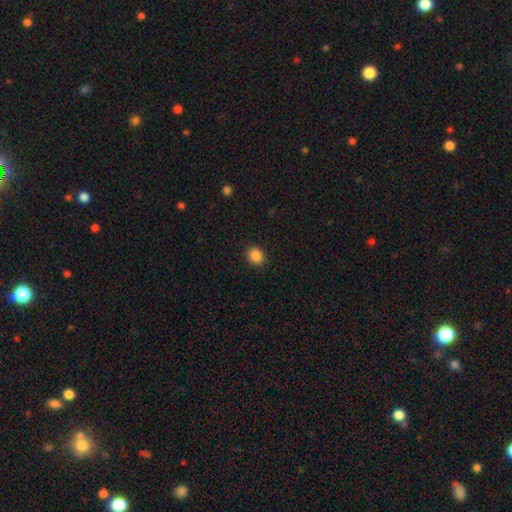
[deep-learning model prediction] Smooth or featured: smooth — 87% (star or artifact — 10%)
How rounded: round — 64% (in between — 35%)
Merging: none — 91% (minor disturbance — 6%)